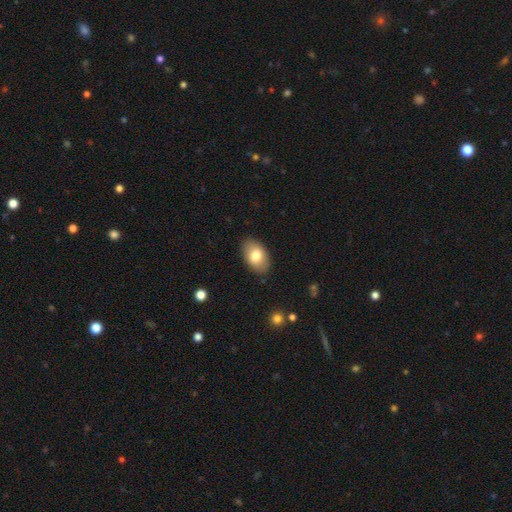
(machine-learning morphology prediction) smooth_or_featured: smooth (p=0.79) [alt: featured or disk p=0.14]
how_rounded: in between (p=0.91) [alt: round p=0.08]
merging: none (p=0.87) [alt: minor disturbance p=0.10]